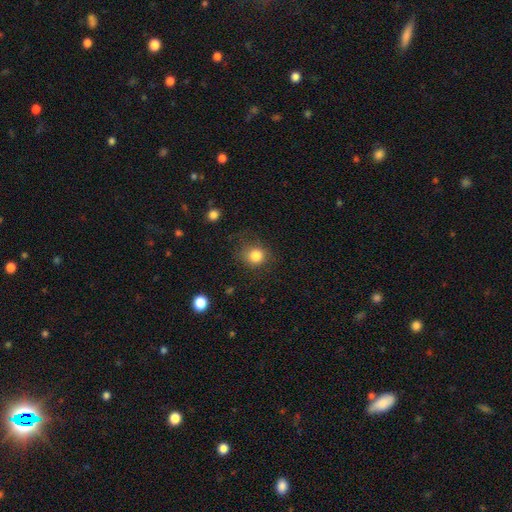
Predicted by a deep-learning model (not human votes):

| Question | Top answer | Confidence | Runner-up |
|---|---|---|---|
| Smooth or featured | smooth | 83% | star or artifact (11%) |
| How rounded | round | 81% | in between (18%) |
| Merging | none | 73% | minor disturbance (17%) |